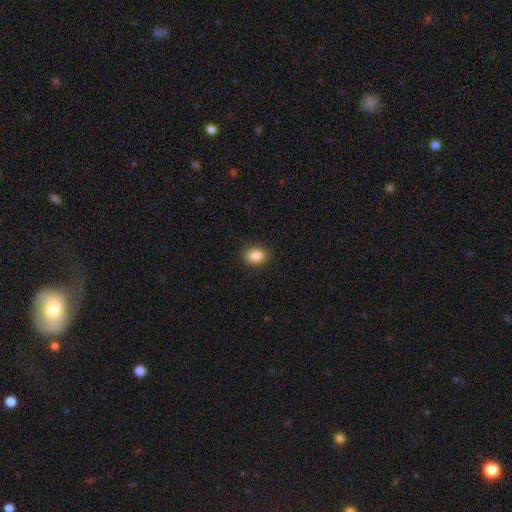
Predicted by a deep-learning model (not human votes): A smooth galaxy with no disk features (86%) that is in between round and cigar-shaped (57%). Merging: none (89%).